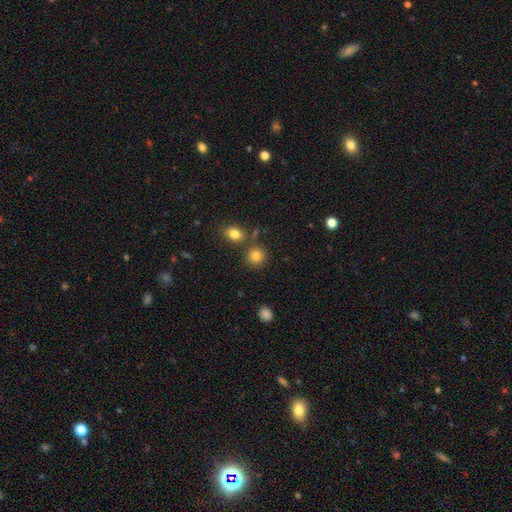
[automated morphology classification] type=smooth (83%); roundness=round (86%); merging=none (77%).